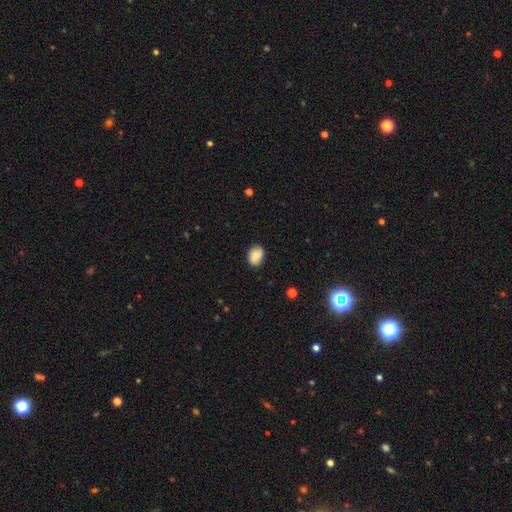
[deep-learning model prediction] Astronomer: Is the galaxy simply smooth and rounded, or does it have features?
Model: smooth — 85%.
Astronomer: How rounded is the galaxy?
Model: in between — 66%.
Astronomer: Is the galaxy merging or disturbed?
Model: none — 82%.